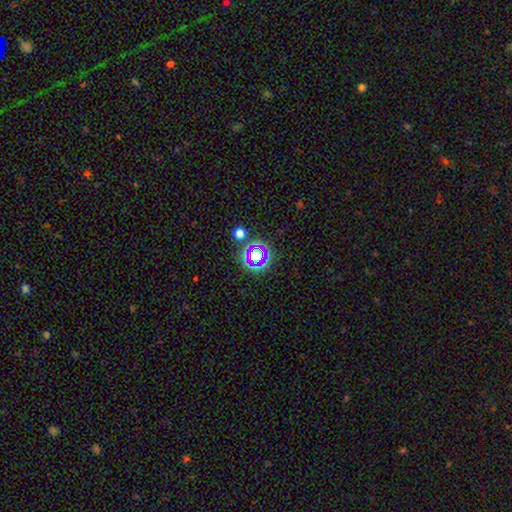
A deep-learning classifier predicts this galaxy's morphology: Smooth or featured? star or artifact (53%)